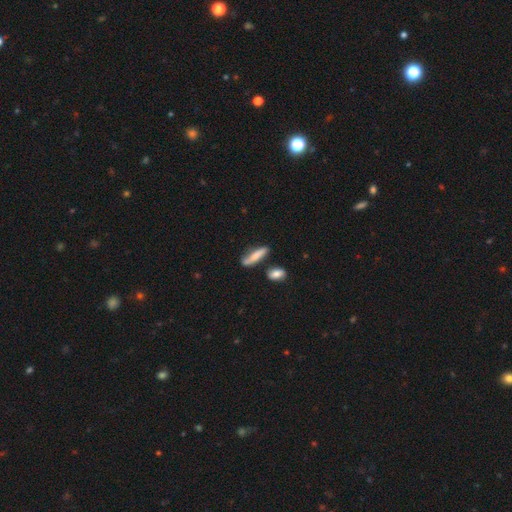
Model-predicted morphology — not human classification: type=smooth (69%); roundness=cigar-shaped (71%); merging=none (58%).